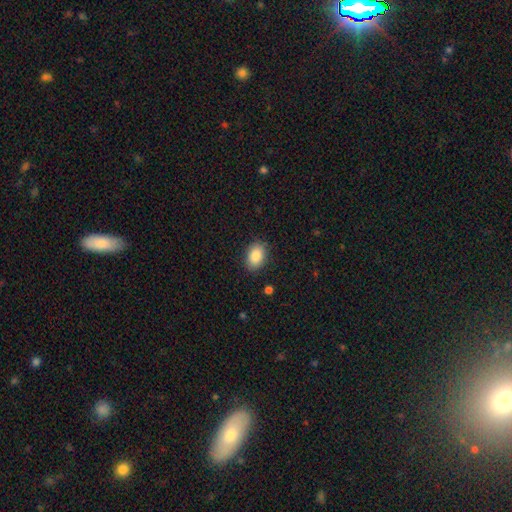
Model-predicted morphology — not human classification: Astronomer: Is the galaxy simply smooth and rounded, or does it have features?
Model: smooth — 87%.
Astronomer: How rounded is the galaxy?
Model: in between — 82%.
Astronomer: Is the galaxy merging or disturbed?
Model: none — 87%.